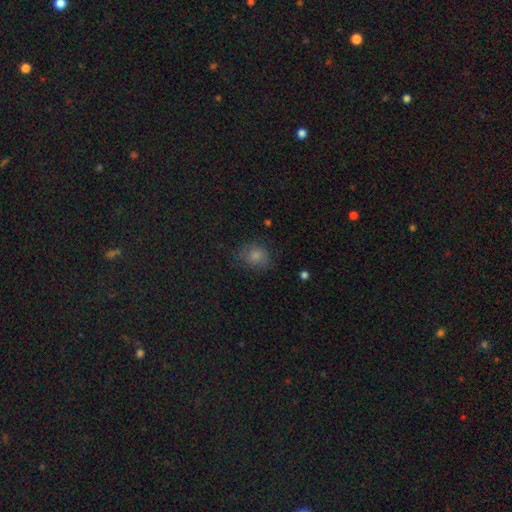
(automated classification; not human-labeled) Smooth or featured: smooth — 78% (star or artifact — 12%)
How rounded: round — 61% (in between — 38%)
Merging: none — 69% (minor disturbance — 21%)